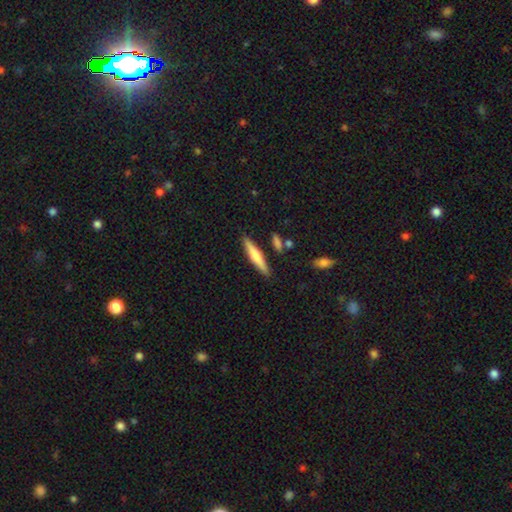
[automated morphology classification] smooth 58%, featured or disk 36%, star or artifact 6%. Down the decision tree: how rounded — cigar-shaped (89%); merging — none (87%).